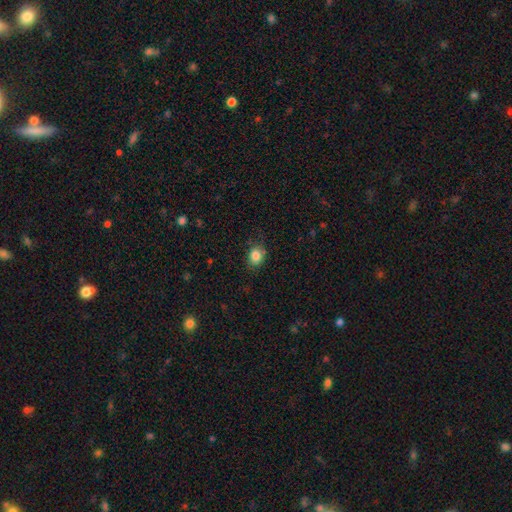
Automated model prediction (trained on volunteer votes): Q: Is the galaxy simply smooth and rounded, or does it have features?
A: smooth — 85%.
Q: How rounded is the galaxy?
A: in between — 50%.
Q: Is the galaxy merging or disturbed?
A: none — 76%.